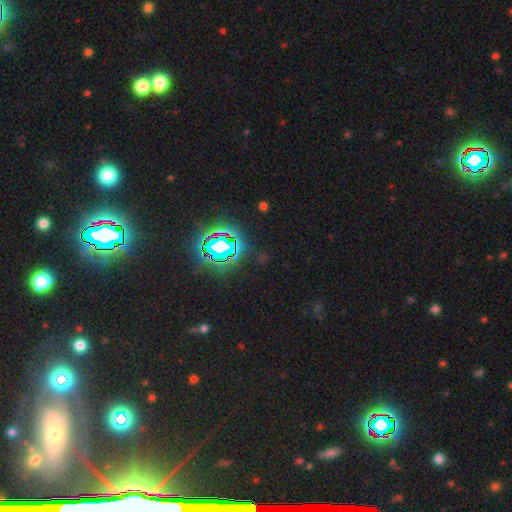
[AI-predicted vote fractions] smooth-or-featured: star or artifact: 81% | smooth: 11% | featured or disk: 8%